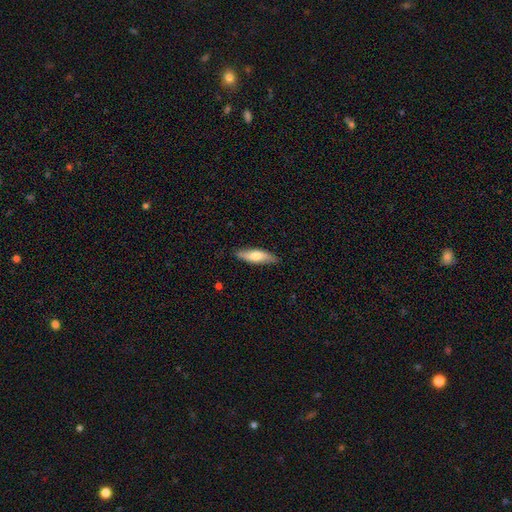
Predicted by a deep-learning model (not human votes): Smooth or featured? Predicted: smooth (p=0.64). How rounded? Predicted: cigar-shaped (p=0.57). Merging? Predicted: none (p=0.85).